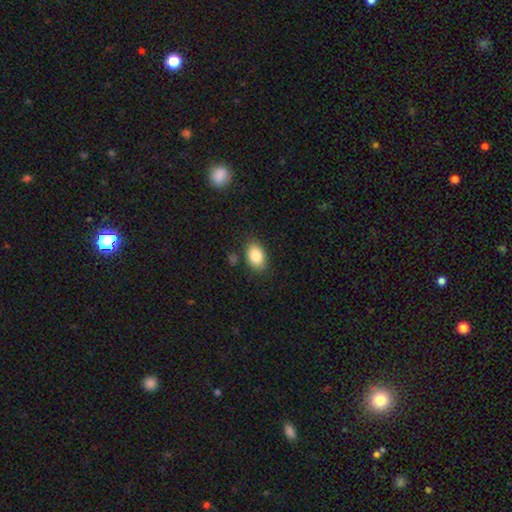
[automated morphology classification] A smooth galaxy with no disk features (84%) that is in between round and cigar-shaped (87%). Merging: none (83%).